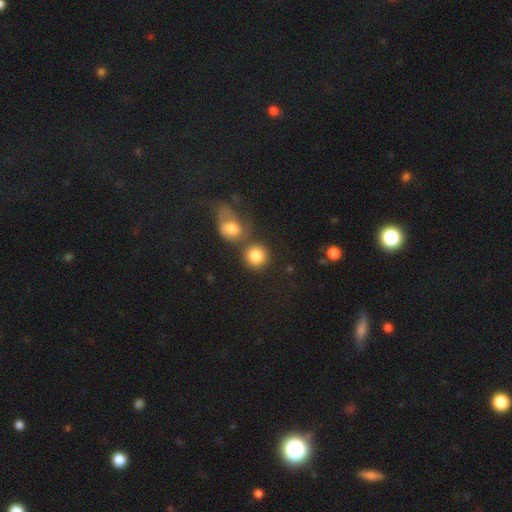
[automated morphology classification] The model was most divided on "merging": none: 53%, merger: 32%, minor disturbance: 9%, major disturbance: 6%. More confident: how rounded — round (88%); smooth or featured — smooth (83%).